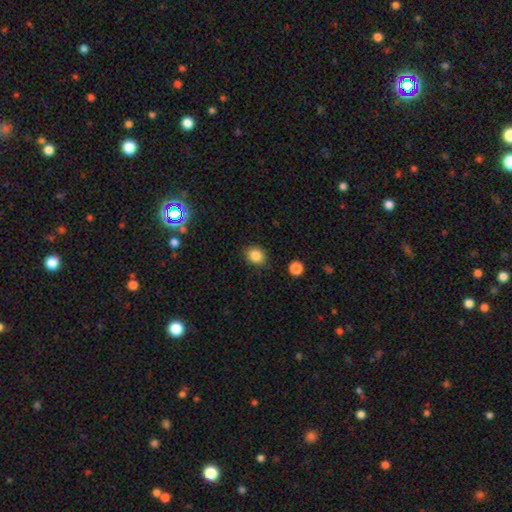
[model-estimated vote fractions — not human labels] smooth 85%, star or artifact 11%, featured or disk 5%. Down the decision tree: how rounded — round (67%); merging — none (87%).